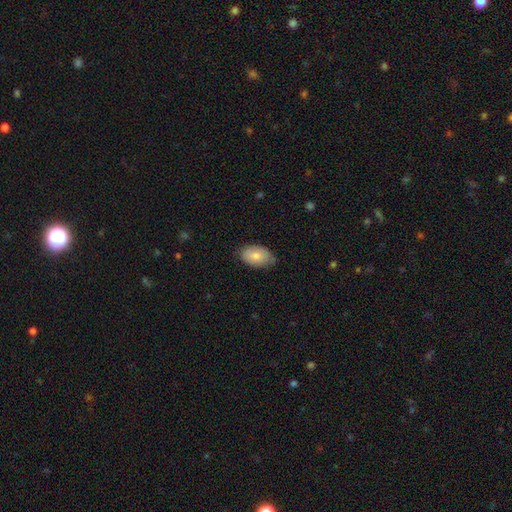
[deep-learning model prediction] smooth_or_featured: smooth (p=0.81) [alt: featured or disk p=0.13]
how_rounded: in between (p=0.92) [alt: round p=0.07]
merging: none (p=0.71) [alt: minor disturbance p=0.25]